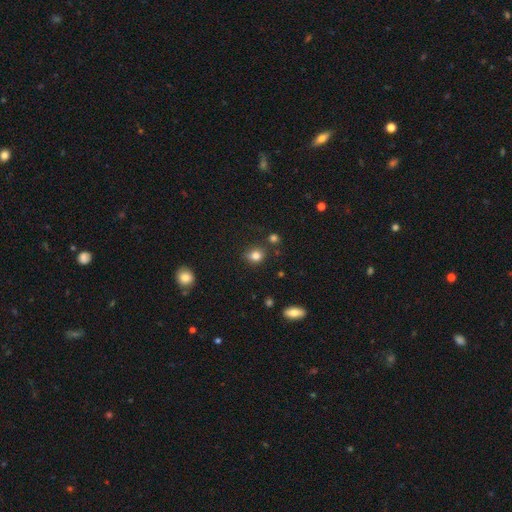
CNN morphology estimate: Smooth or featured: smooth — 82% (star or artifact — 12%)
How rounded: round — 62% (in between — 36%)
Merging: none — 75% (minor disturbance — 15%)